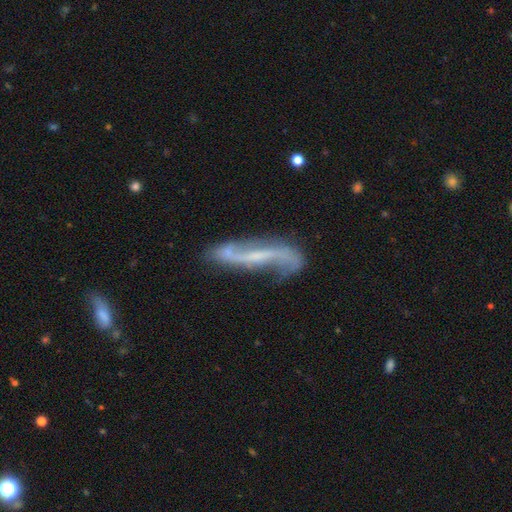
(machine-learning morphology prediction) Smooth or featured? featured or disk (81%)
Edge-on disk? no (79%)
Bar? strong (40%)
Spiral arms? yes (91%)
Spiral winding? loose (76%)
Spiral arm count? 2 (87%)
Bulge size? small (46%)
Merging? none (61%)